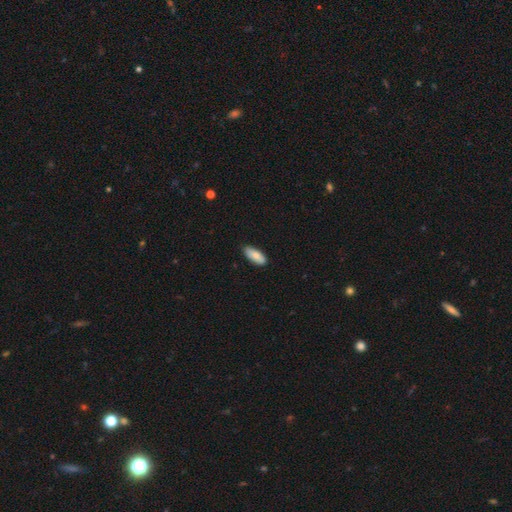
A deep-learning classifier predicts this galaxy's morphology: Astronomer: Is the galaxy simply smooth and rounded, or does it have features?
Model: smooth — 82%.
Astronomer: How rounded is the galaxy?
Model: in between — 81%.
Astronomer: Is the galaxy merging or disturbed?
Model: none — 86%.